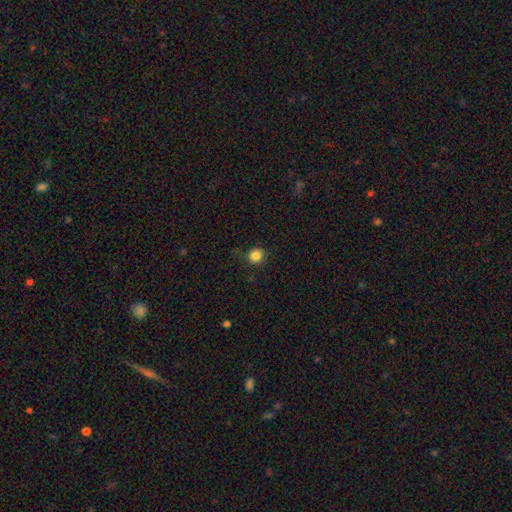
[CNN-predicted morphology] The model was most divided on "smooth or featured": smooth: 84%, star or artifact: 12%, featured or disk: 4%. More confident: how rounded — round (93%); merging — none (85%).